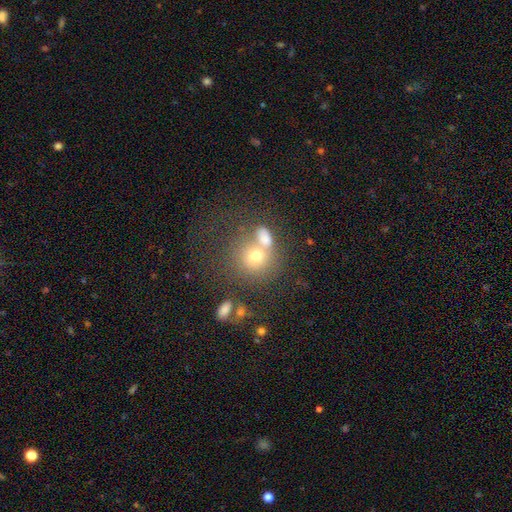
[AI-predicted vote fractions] Q: Smooth or featured?
A: smooth (63%); runner-up: featured or disk (22%)
Q: How rounded?
A: round (77%); runner-up: in between (22%)
Q: Merging?
A: merger (47%); runner-up: none (35%)